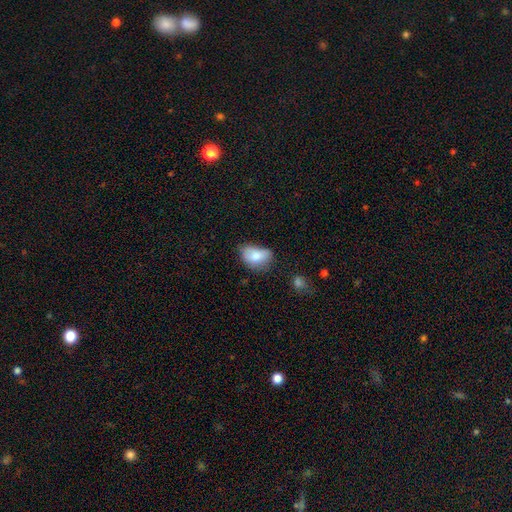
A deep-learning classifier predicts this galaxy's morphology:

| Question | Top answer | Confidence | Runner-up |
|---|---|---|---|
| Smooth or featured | smooth | 77% | featured or disk (15%) |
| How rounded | in between | 84% | round (15%) |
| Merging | minor disturbance | 40% | none (39%) |